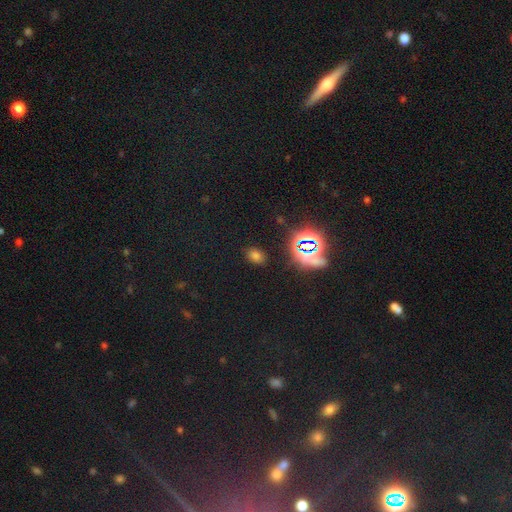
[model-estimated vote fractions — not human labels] Smooth or featured? smooth (63%)
How rounded? in between (74%)
Merging? none (85%)